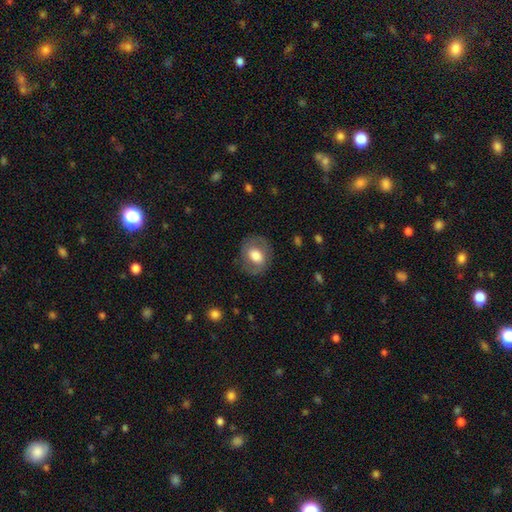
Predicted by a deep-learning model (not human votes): A smooth galaxy with no disk features (59%) that is round (50%).

Vote fractions:
- Smooth or featured? smooth: 59% / featured or disk: 34% / star or artifact: 7%
- How rounded? round: 50% / in between: 49% / cigar-shaped: 1%
- Merging? none: 77% / minor disturbance: 14% / major disturbance: 7% / merger: 1%